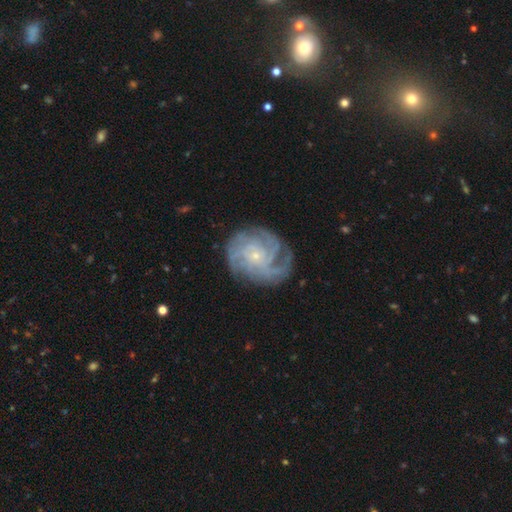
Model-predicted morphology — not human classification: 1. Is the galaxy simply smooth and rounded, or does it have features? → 84% featured or disk, 9% smooth, 7% star or artifact.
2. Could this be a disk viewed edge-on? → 98% no, 2% yes.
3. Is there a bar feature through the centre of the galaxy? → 77% no, 20% weak, 4% strong.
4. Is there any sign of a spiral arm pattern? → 96% yes, 4% no.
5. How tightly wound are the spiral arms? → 61% tight, 31% medium, 8% loose.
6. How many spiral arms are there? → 30% 4, 25% can't tell, 17% 3, 12% more than 4, 9% 2, 7% 1.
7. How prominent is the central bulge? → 82% small, 13% moderate, 3% none, 1% large, 1% dominant.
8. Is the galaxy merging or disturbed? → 73% none, 17% minor disturbance, 8% major disturbance, 1% merger.